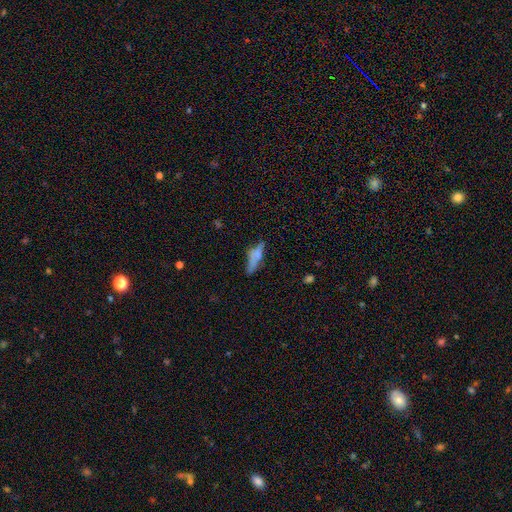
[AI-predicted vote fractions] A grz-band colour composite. It shows a smooth galaxy with no disk features (61%) that is cigar-shaped (67%). Merging: none (55%).